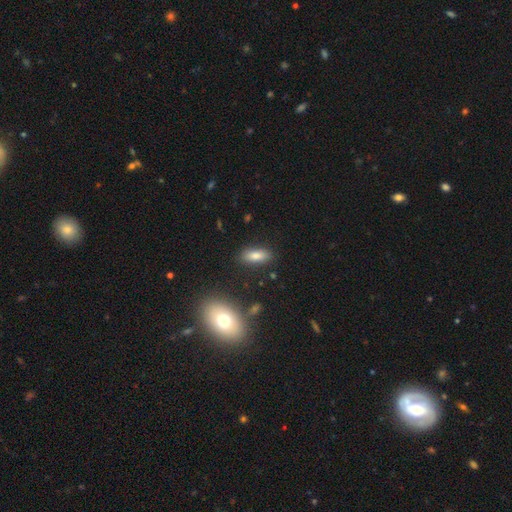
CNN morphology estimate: smooth-or-featured: smooth: 76% | featured or disk: 14% | star or artifact: 10%
  how-rounded: in between: 76% | cigar-shaped: 21% | round: 3%
  merging: none: 85% | minor disturbance: 10% | major disturbance: 3% | merger: 2%